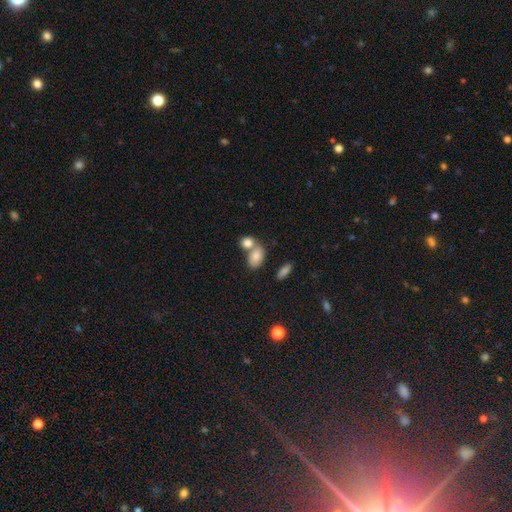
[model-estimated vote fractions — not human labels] Morphology: type=smooth (81%); roundness=in between (80%); merging=merger (44%).